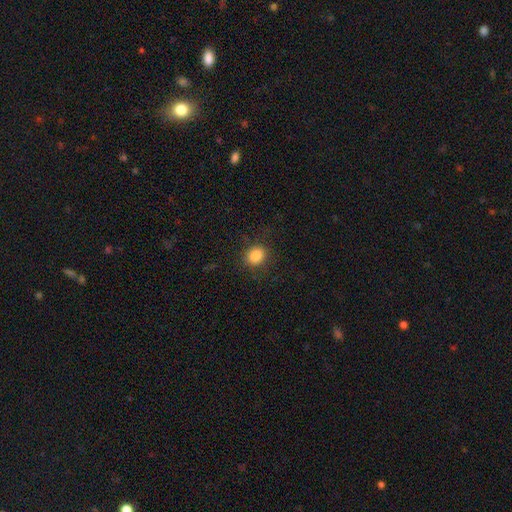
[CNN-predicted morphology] smooth 86%, star or artifact 10%, featured or disk 4%. Down the decision tree: how rounded — round (69%); merging — none (84%).